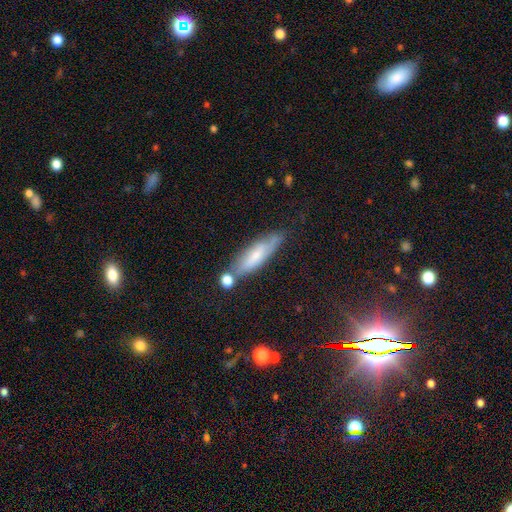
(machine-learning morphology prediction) Smooth or featured? Predicted: smooth (p=0.55). How rounded? Predicted: cigar-shaped (p=0.67). Merging? Predicted: none (p=0.67).